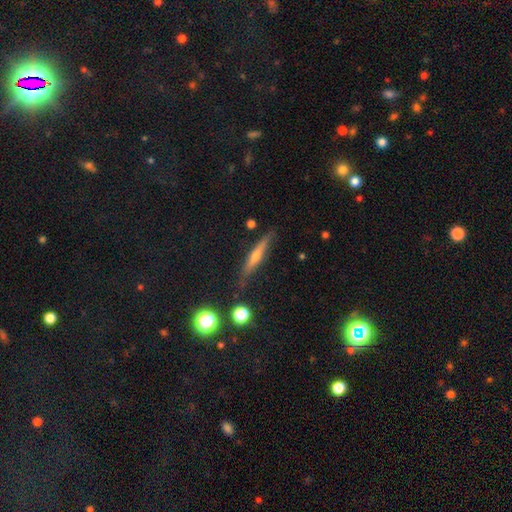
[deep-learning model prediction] Morphology: type=featured or disk (56%); edge-on=yes (94%); edge-on bulge=rounded (76%); merging=none (84%).